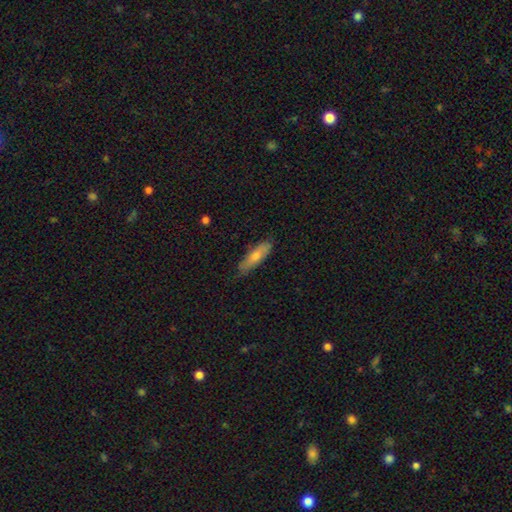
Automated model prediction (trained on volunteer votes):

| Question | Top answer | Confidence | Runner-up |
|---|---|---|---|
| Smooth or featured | smooth | 66% | featured or disk (27%) |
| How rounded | cigar-shaped | 63% | in between (35%) |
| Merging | none | 78% | minor disturbance (18%) |